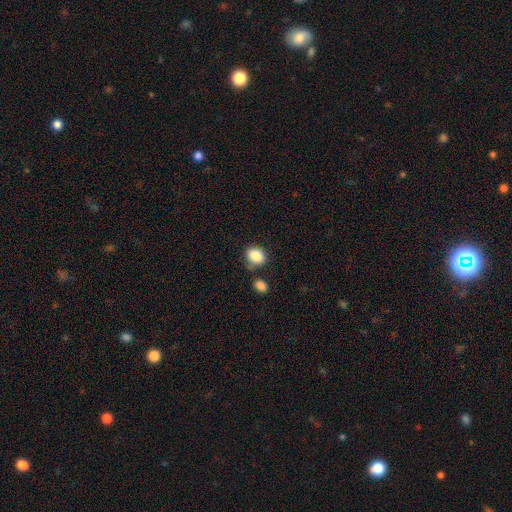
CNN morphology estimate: smooth_or_featured: smooth (p=0.86) [alt: star or artifact p=0.09]
how_rounded: round (p=0.56) [alt: in between p=0.43]
merging: none (p=0.66) [alt: minor disturbance p=0.17]